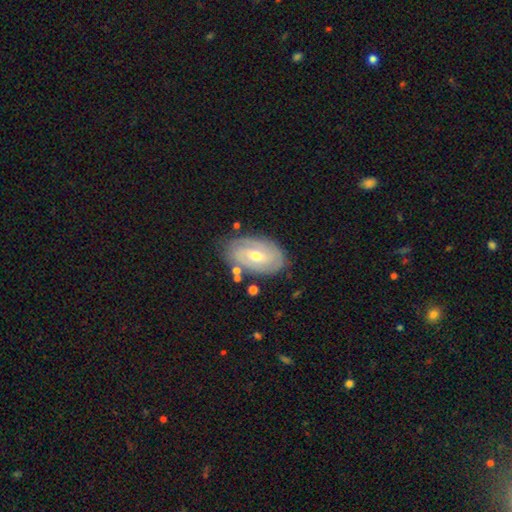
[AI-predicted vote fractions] smooth_or_featured: featured or disk (p=0.73) [alt: smooth p=0.21]
disk_edge_on: no (p=0.94) [alt: yes p=0.06]
bar: weak (p=0.47) [alt: no p=0.37]
has_spiral_arms: yes (p=0.84) [alt: no p=0.16]
spiral_winding: tight (p=0.67) [alt: medium p=0.25]
spiral_arm_count: 2 (p=0.49) [alt: can't tell p=0.33]
bulge_size: moderate (p=0.50) [alt: small p=0.47]
merging: none (p=0.78) [alt: minor disturbance p=0.15]